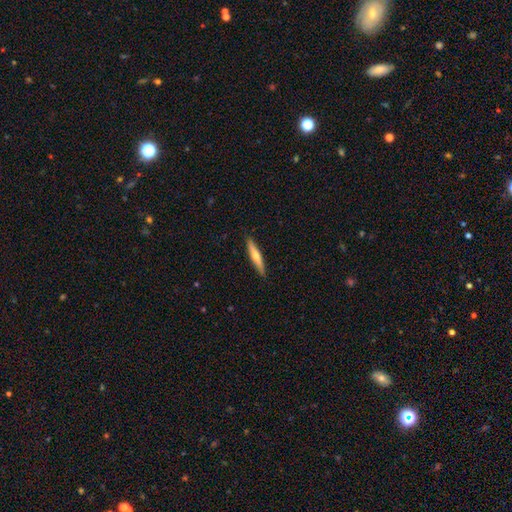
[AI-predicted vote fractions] smooth-or-featured: smooth: 53% | featured or disk: 42% | star or artifact: 5%
  how-rounded: cigar-shaped: 89% | in between: 9% | round: 2%
  merging: none: 90% | minor disturbance: 7% | major disturbance: 1% | merger: 1%